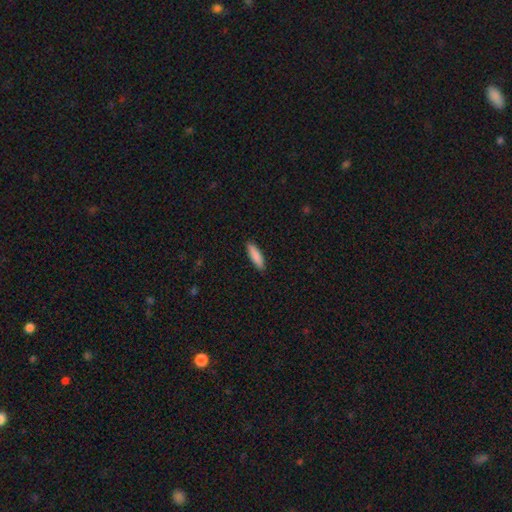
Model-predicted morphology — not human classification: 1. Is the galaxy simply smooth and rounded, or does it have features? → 87% smooth, 7% featured or disk, 6% star or artifact.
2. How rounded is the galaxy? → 62% cigar-shaped, 36% in between, 1% round.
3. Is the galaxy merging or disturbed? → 90% none, 8% minor disturbance, 2% major disturbance, 1% merger.